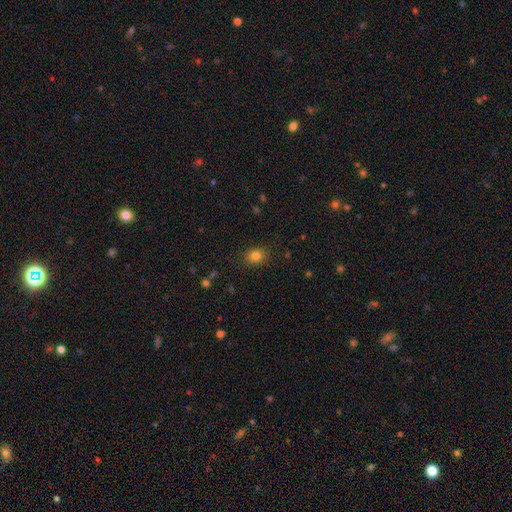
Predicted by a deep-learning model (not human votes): smooth-or-featured: smooth: 81% | star or artifact: 13% | featured or disk: 6%
  how-rounded: round: 55% | in between: 44% | cigar-shaped: 1%
  merging: none: 86% | minor disturbance: 10% | major disturbance: 3% | merger: 1%